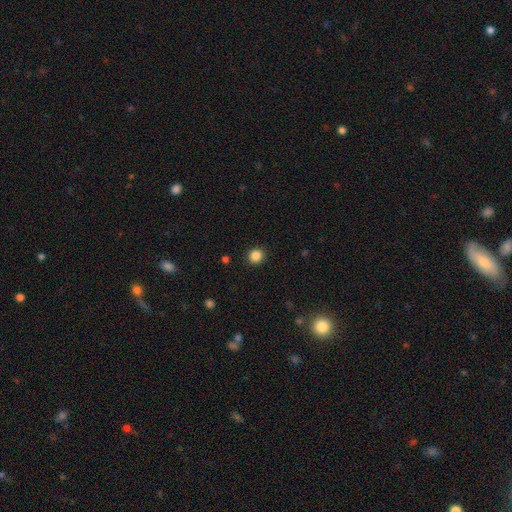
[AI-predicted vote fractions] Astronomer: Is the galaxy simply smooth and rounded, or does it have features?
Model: smooth — 86%.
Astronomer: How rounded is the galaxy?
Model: round — 90%.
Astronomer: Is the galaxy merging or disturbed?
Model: none — 92%.